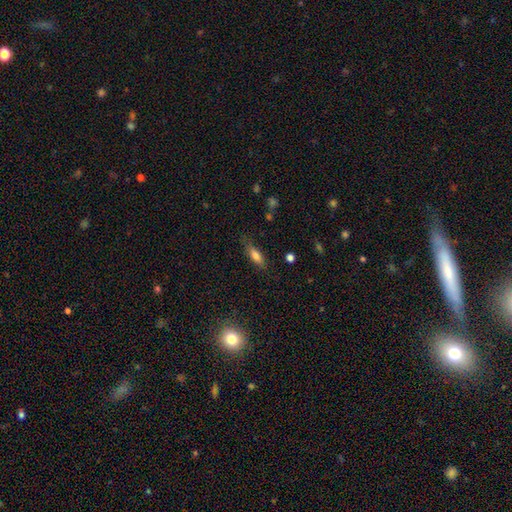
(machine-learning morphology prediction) Q: Smooth or featured?
A: smooth (74%); runner-up: featured or disk (17%)
Q: How rounded?
A: in between (57%); runner-up: cigar-shaped (40%)
Q: Merging?
A: none (73%); runner-up: minor disturbance (20%)